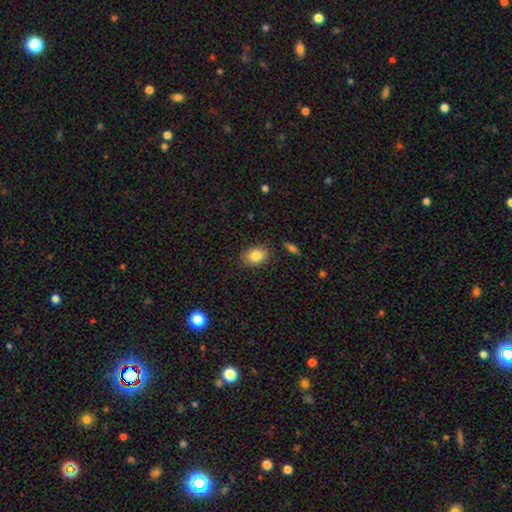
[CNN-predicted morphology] This is clearly a smooth galaxy (84%). How rounded: likely in between (74%). Merging: clearly none (85%).